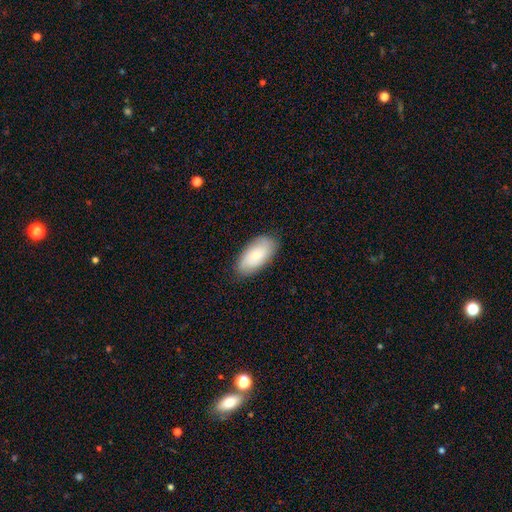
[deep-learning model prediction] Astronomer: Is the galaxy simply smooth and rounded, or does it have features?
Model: smooth — 63%.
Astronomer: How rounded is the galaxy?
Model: in between — 93%.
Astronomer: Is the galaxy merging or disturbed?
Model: none — 84%.